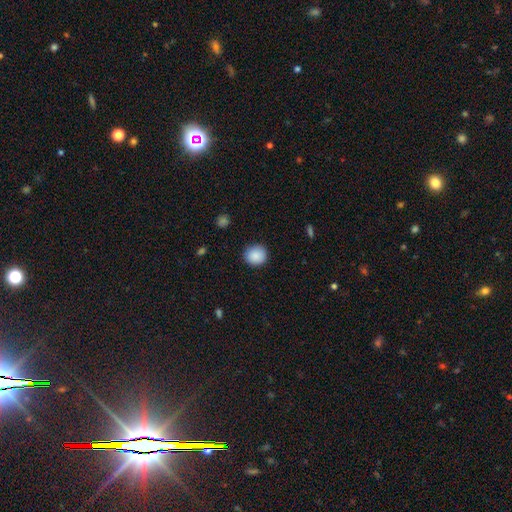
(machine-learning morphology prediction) type=smooth (89%); roundness=round (86%); merging=none (88%).